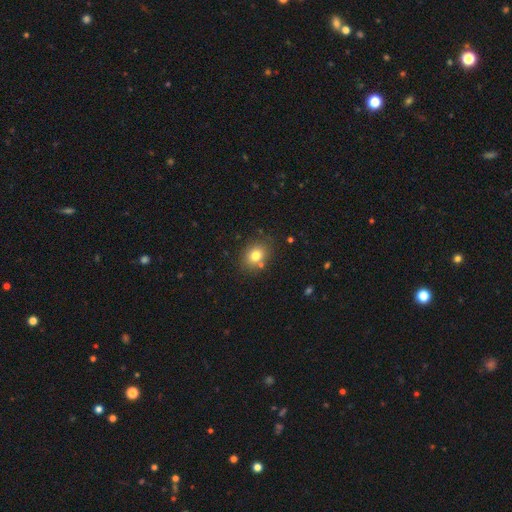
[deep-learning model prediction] smooth_or_featured: smooth (p=0.78) [alt: star or artifact p=0.12]
how_rounded: round (p=0.51) [alt: in between p=0.48]
merging: none (p=0.79) [alt: minor disturbance p=0.11]